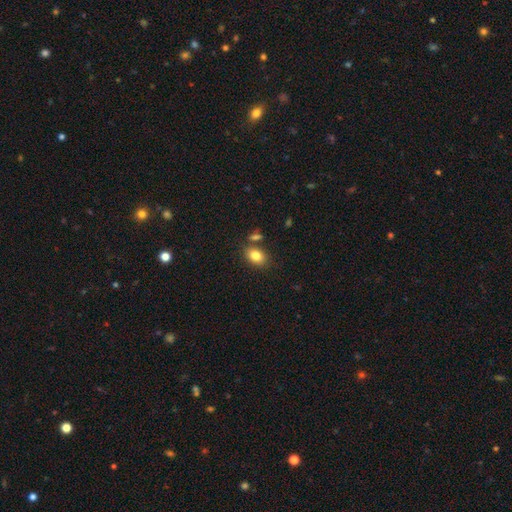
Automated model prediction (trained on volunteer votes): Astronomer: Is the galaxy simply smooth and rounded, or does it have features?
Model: smooth — 82%.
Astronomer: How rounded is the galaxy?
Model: in between — 80%.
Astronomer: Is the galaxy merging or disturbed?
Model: none — 75%.